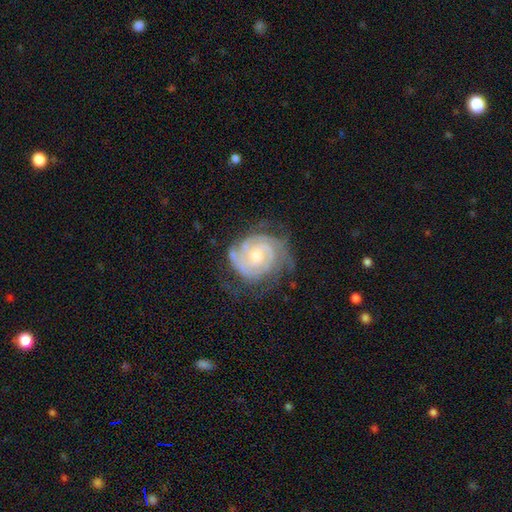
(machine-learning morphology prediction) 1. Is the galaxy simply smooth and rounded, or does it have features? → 88% featured or disk, 7% smooth, 5% star or artifact.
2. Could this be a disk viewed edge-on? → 98% no, 2% yes.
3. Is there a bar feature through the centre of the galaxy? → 67% no, 28% weak, 6% strong.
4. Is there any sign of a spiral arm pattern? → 97% yes, 3% no.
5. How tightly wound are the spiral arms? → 75% tight, 22% medium, 4% loose.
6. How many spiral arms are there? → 42% 2, 23% 3, 20% can't tell, 6% 4, 4% 1, 4% more than 4.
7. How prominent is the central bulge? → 49% small, 46% moderate, 2% large, 2% none, 1% dominant.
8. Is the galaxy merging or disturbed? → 66% none, 22% minor disturbance, 10% major disturbance, 2% merger.